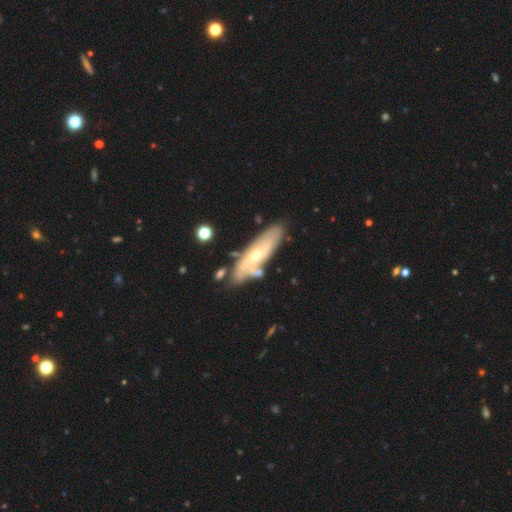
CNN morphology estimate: A featured or disk galaxy (72%) with no bar (70%), spiral arms (83%) and a small central bulge (55%). Merging: none (65%).